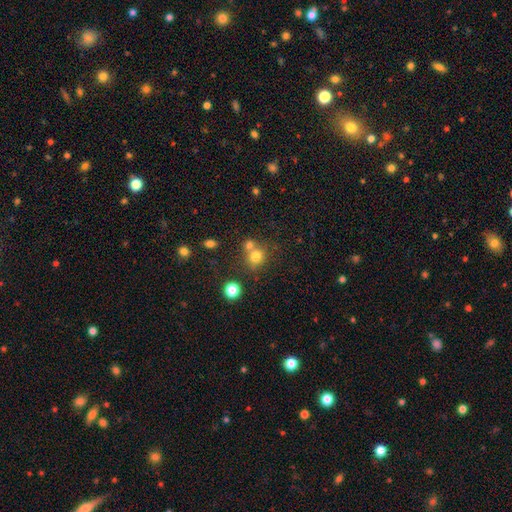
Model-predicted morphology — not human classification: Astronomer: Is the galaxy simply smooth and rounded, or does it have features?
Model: smooth — 76%.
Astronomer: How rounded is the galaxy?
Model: round — 81%.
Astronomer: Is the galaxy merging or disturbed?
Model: none — 53% (runner-up: merger, 35%).